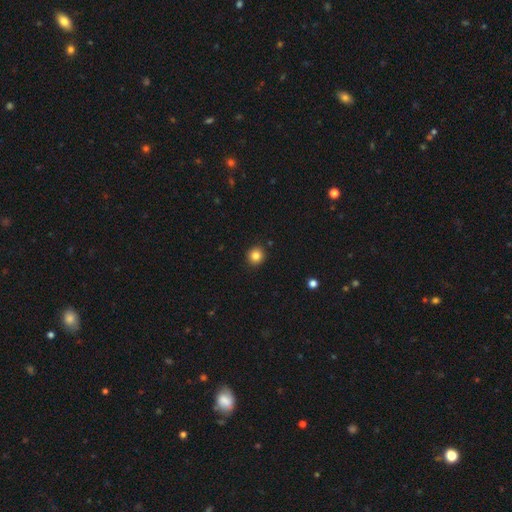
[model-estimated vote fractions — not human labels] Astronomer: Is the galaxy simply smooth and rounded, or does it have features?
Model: smooth — 83%.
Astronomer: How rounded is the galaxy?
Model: round — 91%.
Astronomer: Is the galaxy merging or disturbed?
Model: none — 92%.